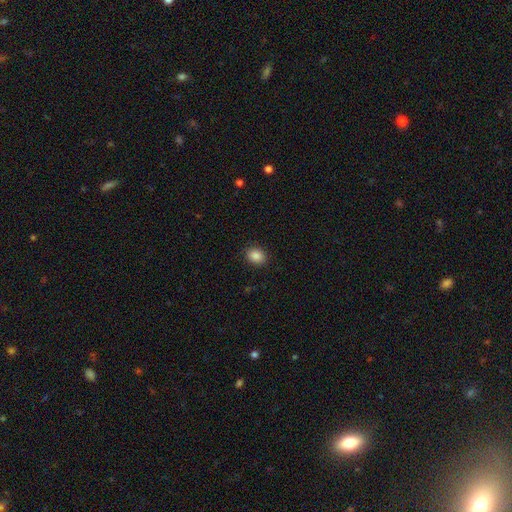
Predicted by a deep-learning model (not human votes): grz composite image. It shows a smooth galaxy with no disk features (88%) that is in between round and cigar-shaped (52%). Merging: none (89%).